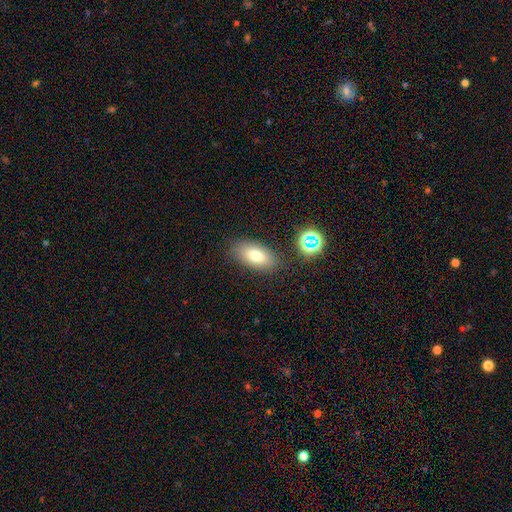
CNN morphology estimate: Smooth or featured? smooth (76%)
How rounded? in between (90%)
Merging? none (83%)